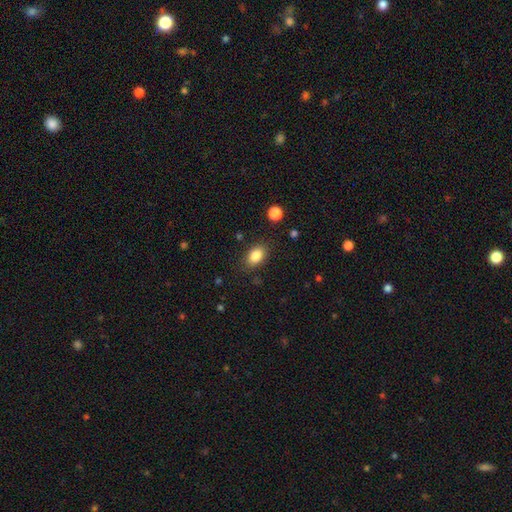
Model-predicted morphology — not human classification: smooth_or_featured: smooth (p=0.85) [alt: star or artifact p=0.09]
how_rounded: in between (p=0.85) [alt: round p=0.14]
merging: none (p=0.83) [alt: minor disturbance p=0.12]